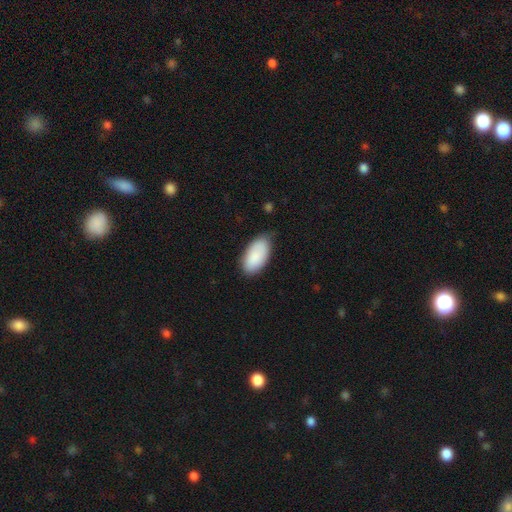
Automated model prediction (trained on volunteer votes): Smooth or featured? smooth (87%)
How rounded? in between (95%)
Merging? none (67%)